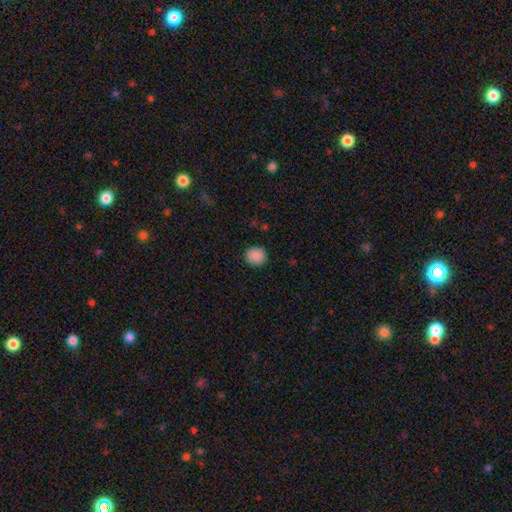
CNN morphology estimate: The model was most divided on "smooth or featured": smooth: 89%, star or artifact: 8%, featured or disk: 2%. More confident: how rounded — round (91%); merging — none (91%).